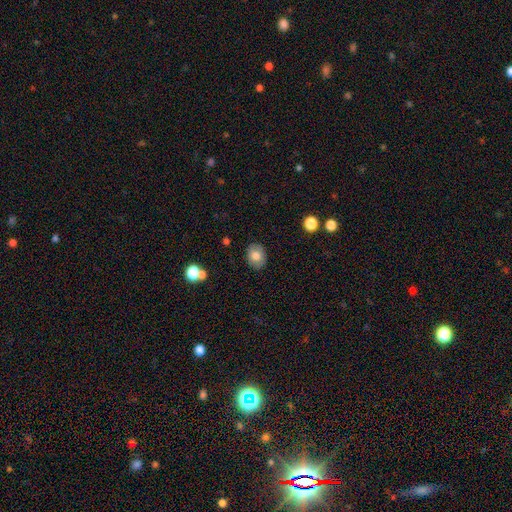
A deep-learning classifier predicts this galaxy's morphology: Smooth or featured? smooth (76%)
How rounded? in between (59%)
Merging? none (86%)